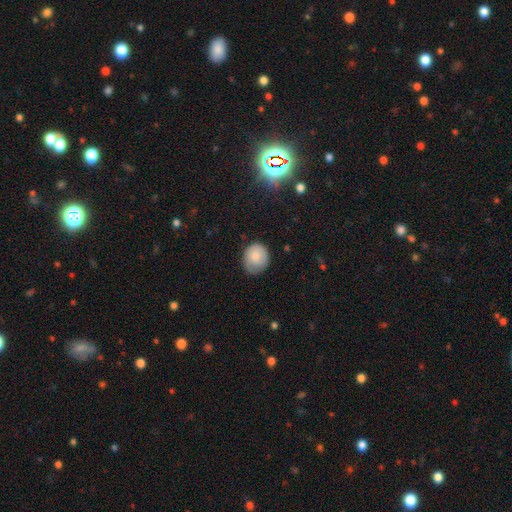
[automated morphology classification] This appears to be a smooth galaxy with no disk features (79%) that is round (69%). Merging: none (64%).